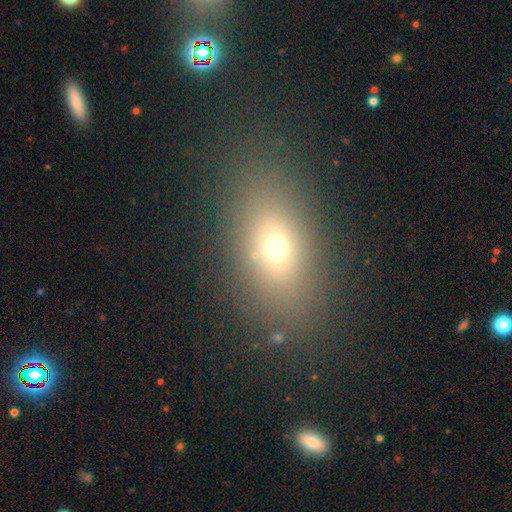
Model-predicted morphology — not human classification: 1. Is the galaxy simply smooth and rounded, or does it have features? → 64% smooth, 19% star or artifact, 17% featured or disk.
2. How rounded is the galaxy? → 75% in between, 19% round, 6% cigar-shaped.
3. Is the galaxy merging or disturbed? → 83% none, 9% minor disturbance, 5% major disturbance, 3% merger.